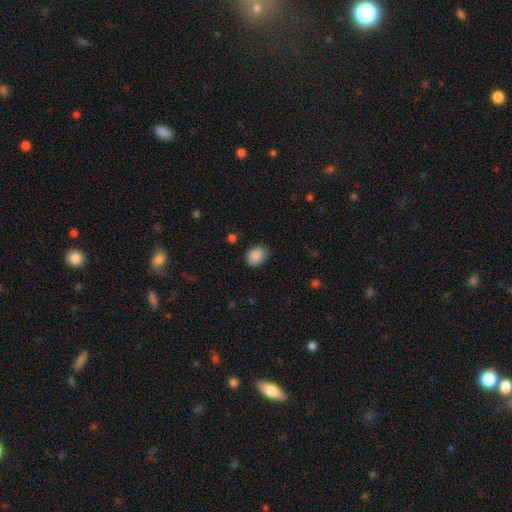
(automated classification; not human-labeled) Smooth or featured? Predicted: smooth (p=0.89). How rounded? Predicted: in between (p=0.59). Merging? Predicted: none (p=0.78).